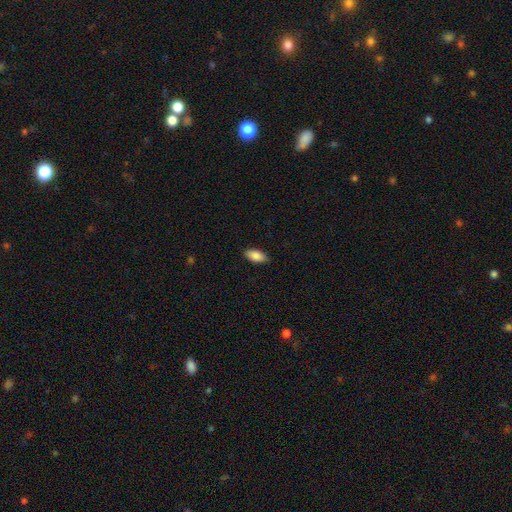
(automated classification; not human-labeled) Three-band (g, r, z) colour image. It shows a smooth galaxy with no disk features (86%) that is in between round and cigar-shaped (90%). Merging: none (88%).